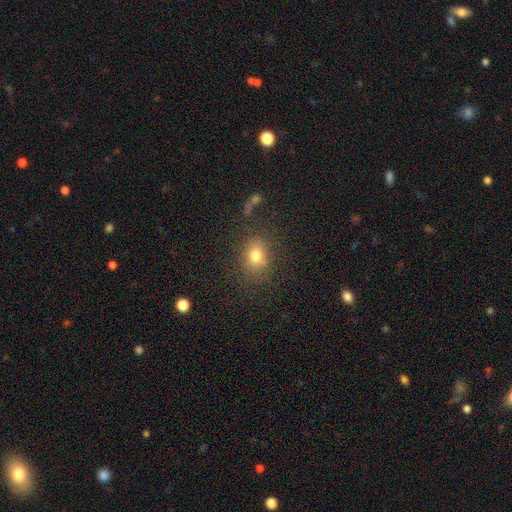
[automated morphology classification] The model was most divided on "how rounded": in between: 53%, round: 46%, cigar-shaped: 1%. More confident: smooth or featured — smooth (77%); merging — none (74%).